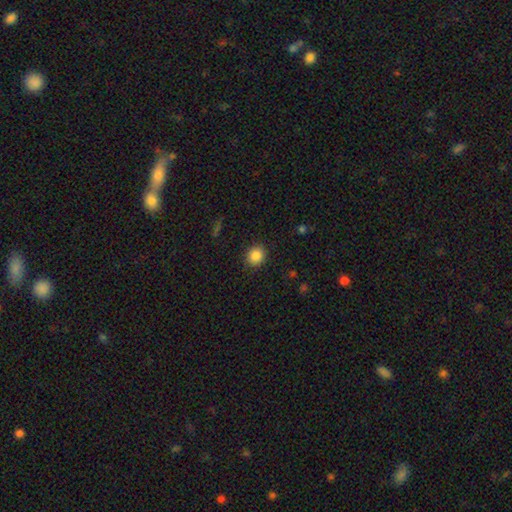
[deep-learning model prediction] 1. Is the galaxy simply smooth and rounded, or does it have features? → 86% smooth, 10% star or artifact, 4% featured or disk.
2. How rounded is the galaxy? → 82% round, 17% in between, 1% cigar-shaped.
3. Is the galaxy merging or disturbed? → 89% none, 7% minor disturbance, 2% major disturbance, 1% merger.